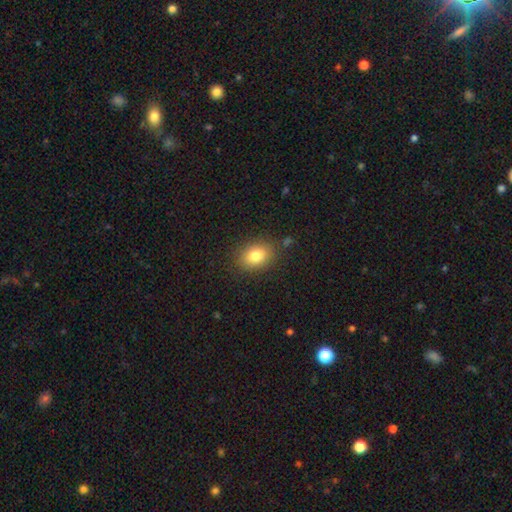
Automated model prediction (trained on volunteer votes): Smooth or featured? Predicted: smooth (p=0.81). How rounded? Predicted: in between (p=0.69). Merging? Predicted: none (p=0.84).